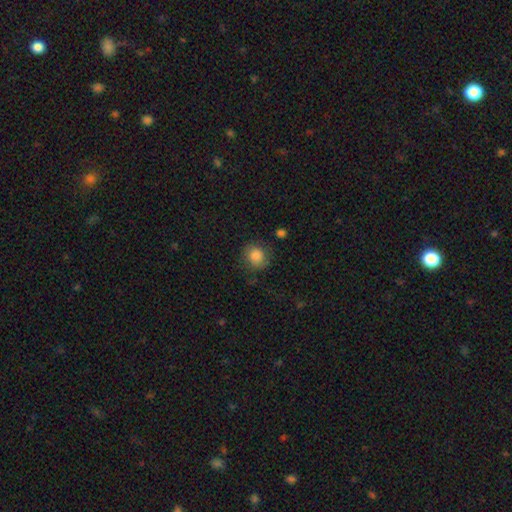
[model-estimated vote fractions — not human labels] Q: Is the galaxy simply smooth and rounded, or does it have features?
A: smooth — 82%.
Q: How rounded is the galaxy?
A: round — 83%.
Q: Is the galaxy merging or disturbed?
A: none — 76%.